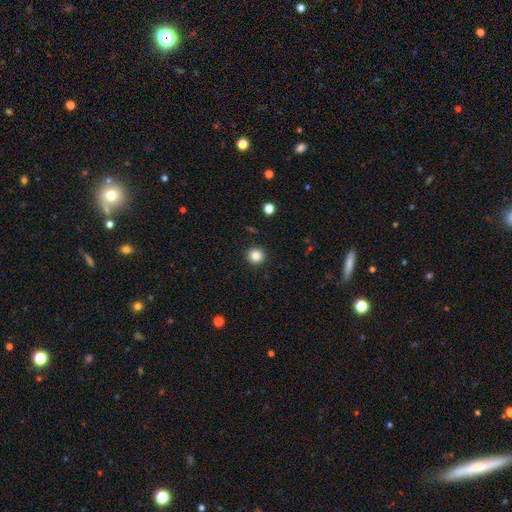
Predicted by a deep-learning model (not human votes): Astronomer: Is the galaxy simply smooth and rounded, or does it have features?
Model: smooth — 85%.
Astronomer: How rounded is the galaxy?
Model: round — 94%.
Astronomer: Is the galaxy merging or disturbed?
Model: none — 93%.